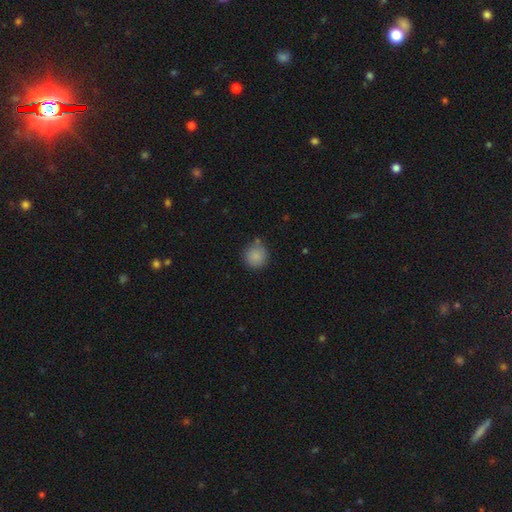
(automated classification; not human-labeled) This is clearly a smooth galaxy (87%). How rounded: clearly round (91%). Merging: likely none (76%).